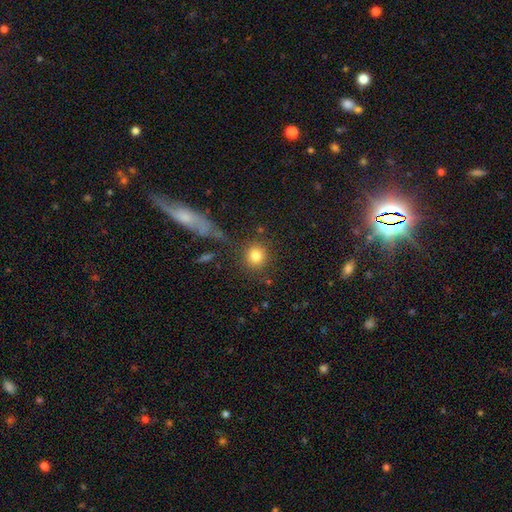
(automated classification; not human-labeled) This appears to be a smooth galaxy with no disk features (81%) that is round (90%). Merging: none (82%).